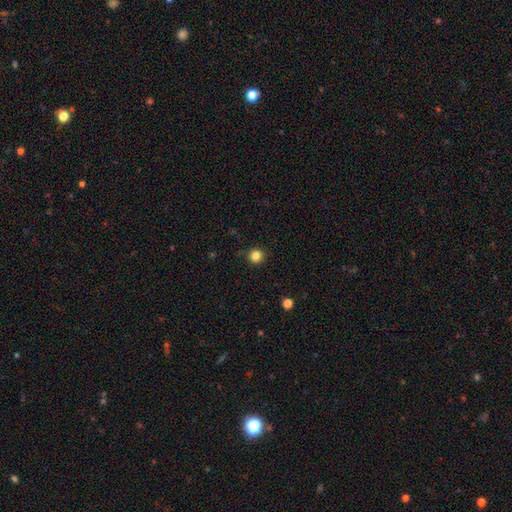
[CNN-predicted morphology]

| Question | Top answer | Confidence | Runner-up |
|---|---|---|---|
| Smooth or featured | smooth | 84% | star or artifact (12%) |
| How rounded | round | 95% | in between (4%) |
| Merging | none | 92% | minor disturbance (5%) |